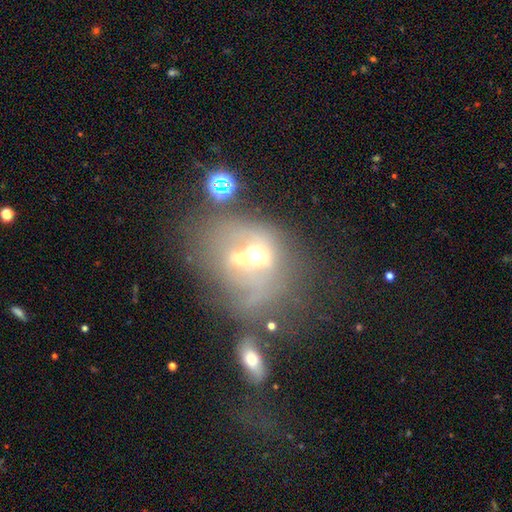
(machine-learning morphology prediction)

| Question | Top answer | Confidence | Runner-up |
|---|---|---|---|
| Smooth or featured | smooth | 43% | featured or disk (39%) |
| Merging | merger | 58% | major disturbance (17%) |